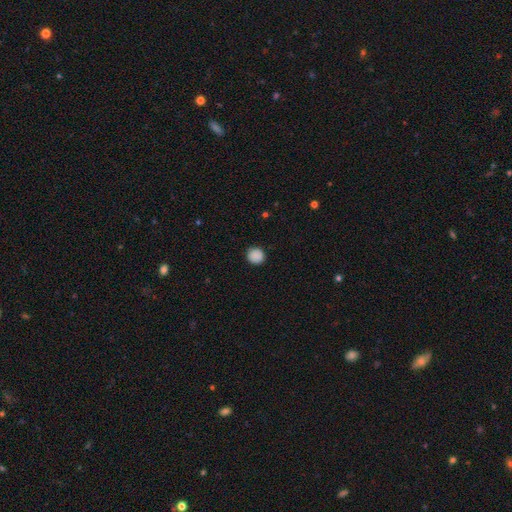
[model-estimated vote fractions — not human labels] Smooth or featured? Predicted: smooth (p=0.89). How rounded? Predicted: round (p=0.91). Merging? Predicted: none (p=0.91).